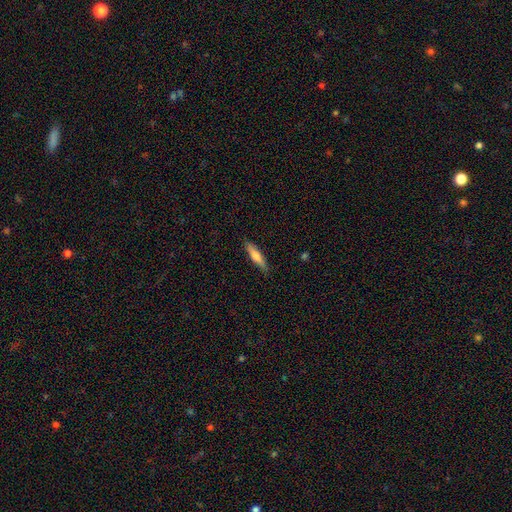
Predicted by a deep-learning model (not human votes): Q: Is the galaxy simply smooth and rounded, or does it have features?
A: smooth — 66%.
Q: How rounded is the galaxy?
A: cigar-shaped — 81%.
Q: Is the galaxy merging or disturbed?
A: none — 88%.